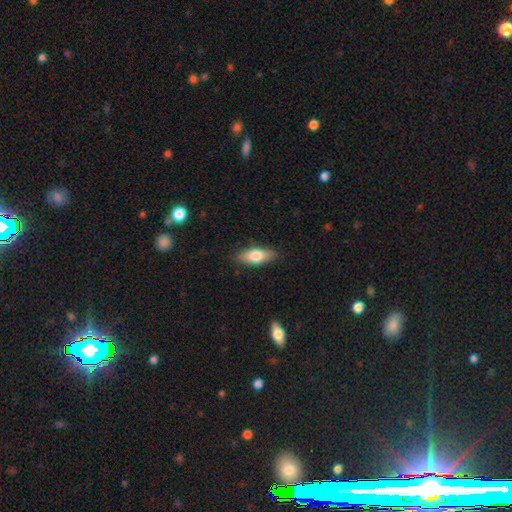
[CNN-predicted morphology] The model was most divided on "smooth or featured": smooth: 73%, featured or disk: 21%, star or artifact: 6%. More confident: merging — none (86%); how rounded — in between (76%).